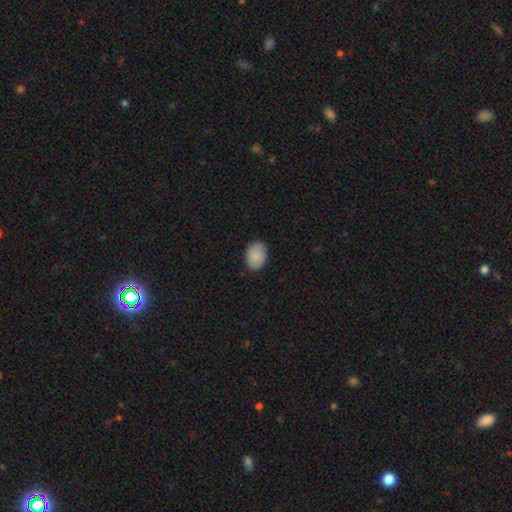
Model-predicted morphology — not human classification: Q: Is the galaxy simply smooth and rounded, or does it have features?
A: smooth — 87%.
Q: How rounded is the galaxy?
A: in between — 78%.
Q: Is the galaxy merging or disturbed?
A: none — 85%.